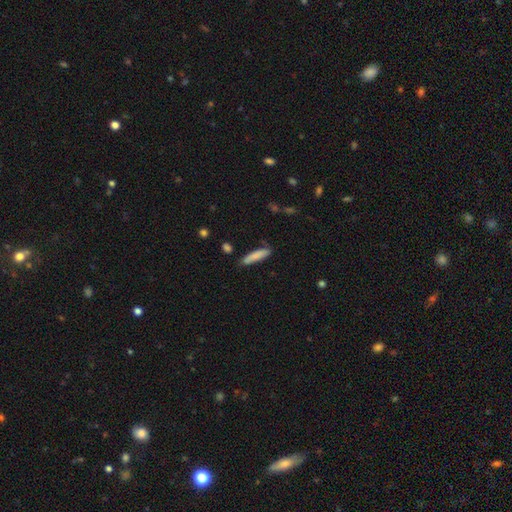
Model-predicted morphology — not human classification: smooth-or-featured: smooth: 80% | featured or disk: 14% | star or artifact: 6%
  how-rounded: cigar-shaped: 82% | in between: 17% | round: 1%
  merging: none: 77% | minor disturbance: 17% | major disturbance: 3% | merger: 3%